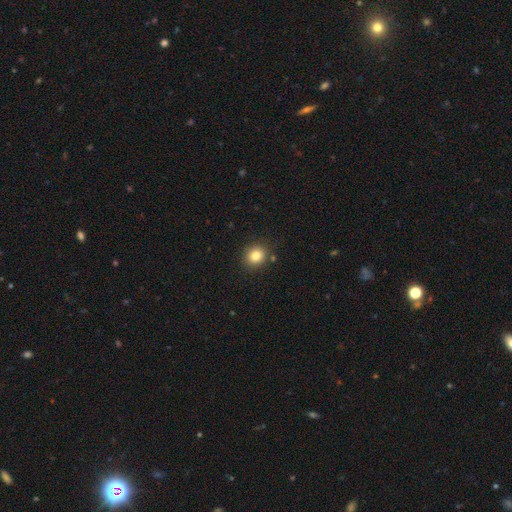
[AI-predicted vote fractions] Smooth or featured?
  - smooth: 82% *
  - star or artifact: 11%
  - featured or disk: 6%
How rounded?
  - round: 79% *
  - in between: 20%
  - cigar-shaped: 1%
Merging?
  - none: 86% *
  - minor disturbance: 8%
  - merger: 3%
  - major disturbance: 2%